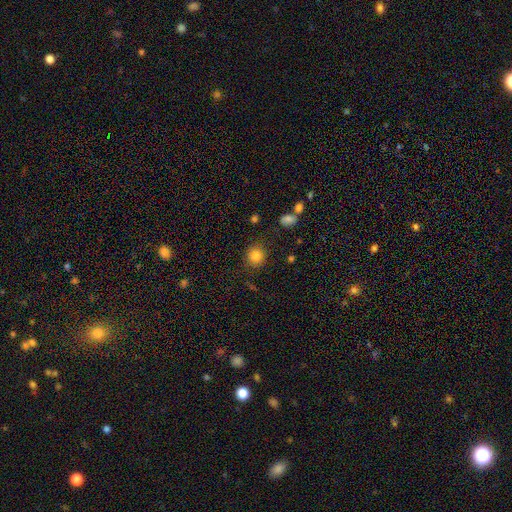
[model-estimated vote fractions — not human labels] Smooth or featured?
  - smooth: 83% *
  - star or artifact: 11%
  - featured or disk: 5%
How rounded?
  - round: 89% *
  - in between: 10%
  - cigar-shaped: 1%
Merging?
  - none: 86% *
  - minor disturbance: 9%
  - major disturbance: 3%
  - merger: 2%